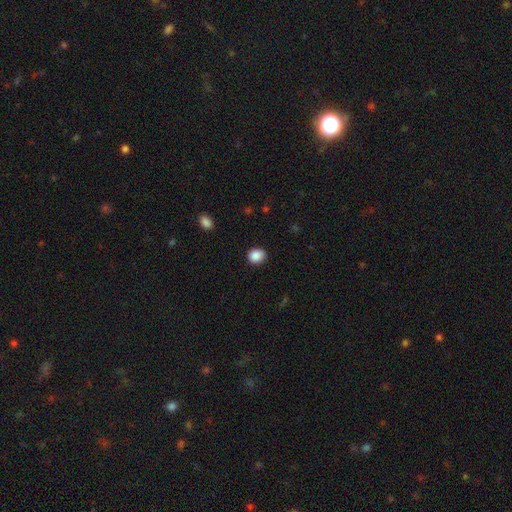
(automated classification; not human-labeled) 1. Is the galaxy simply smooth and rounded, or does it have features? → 88% smooth, 9% star or artifact, 3% featured or disk.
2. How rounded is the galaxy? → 69% round, 30% in between, 1% cigar-shaped.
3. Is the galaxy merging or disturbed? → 89% none, 8% minor disturbance, 2% major disturbance, 1% merger.